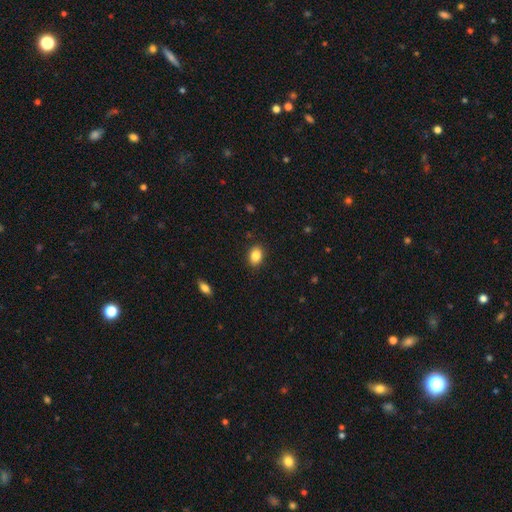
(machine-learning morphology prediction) A smooth galaxy with no disk features (86%) that is in between round and cigar-shaped (75%).

Vote fractions:
- Smooth or featured? smooth: 86% / star or artifact: 9% / featured or disk: 5%
- How rounded? in between: 75% / round: 24% / cigar-shaped: 1%
- Merging? none: 88% / minor disturbance: 9% / major disturbance: 2% / merger: 1%